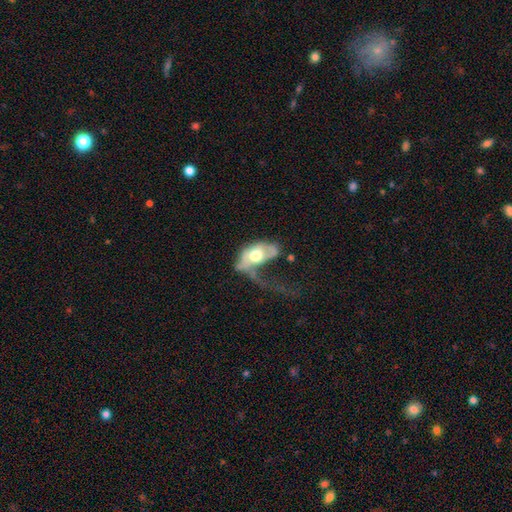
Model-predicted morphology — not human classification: A featured or disk galaxy (49%).

Vote fractions:
- Smooth or featured? featured or disk: 49% / smooth: 45% / star or artifact: 6%
- Merging? major disturbance: 62% / minor disturbance: 14% / none: 13% / merger: 11%